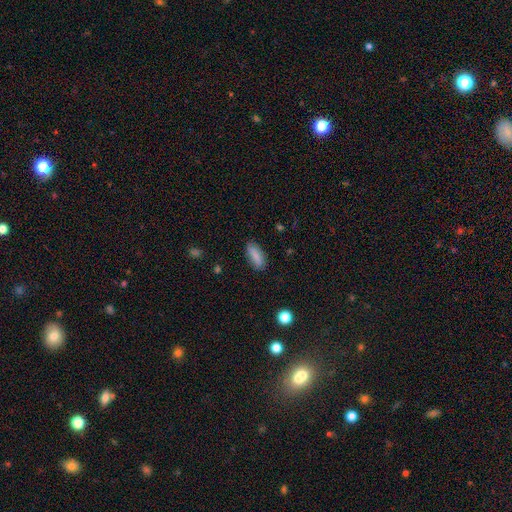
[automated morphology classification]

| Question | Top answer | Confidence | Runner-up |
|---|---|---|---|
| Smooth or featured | smooth | 84% | featured or disk (9%) |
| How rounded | in between | 75% | cigar-shaped (23%) |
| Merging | none | 80% | minor disturbance (15%) |